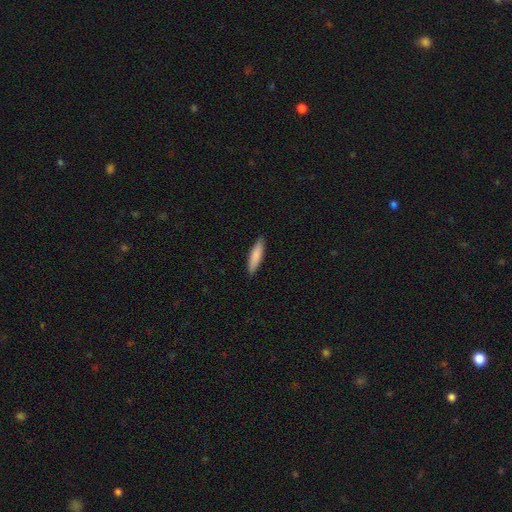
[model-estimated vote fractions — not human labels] Q: Smooth or featured?
A: smooth (84%); runner-up: featured or disk (11%)
Q: How rounded?
A: cigar-shaped (78%); runner-up: in between (20%)
Q: Merging?
A: none (90%); runner-up: minor disturbance (8%)